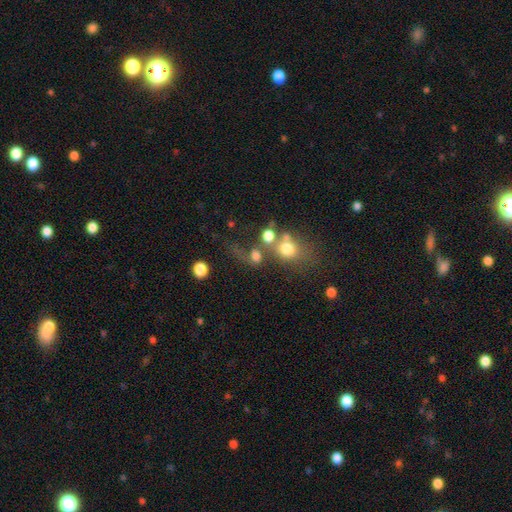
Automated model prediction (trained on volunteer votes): smooth_or_featured: smooth (p=0.66) [alt: featured or disk p=0.18]
how_rounded: round (p=0.70) [alt: in between p=0.28]
merging: merger (p=0.36) [alt: none p=0.31]